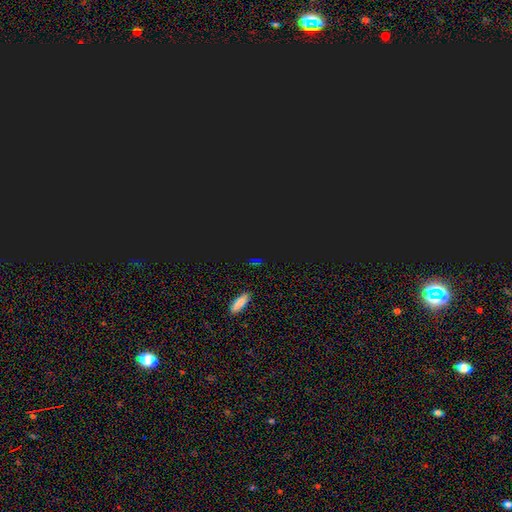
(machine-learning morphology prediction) Overall: star or artifact (68%).